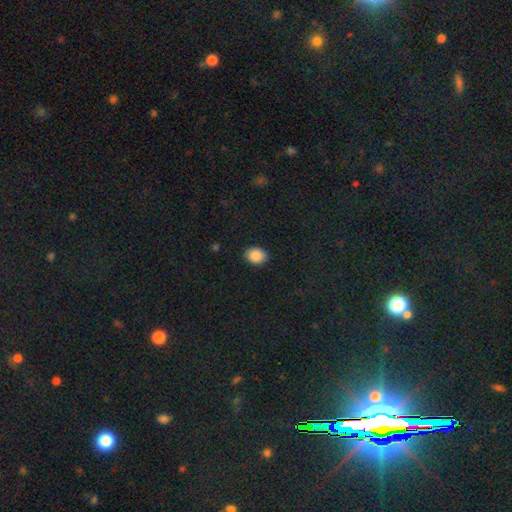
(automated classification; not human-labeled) This is clearly a smooth galaxy (88%). How rounded: possibly in between (60%). Merging: clearly none (89%).